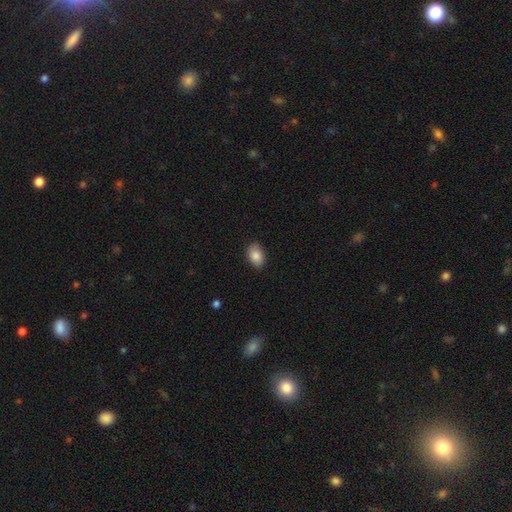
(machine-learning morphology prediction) Smooth or featured?
  - smooth: 87% *
  - star or artifact: 7%
  - featured or disk: 6%
How rounded?
  - in between: 85% *
  - round: 14%
  - cigar-shaped: 1%
Merging?
  - none: 83% *
  - minor disturbance: 13%
  - major disturbance: 2%
  - merger: 1%